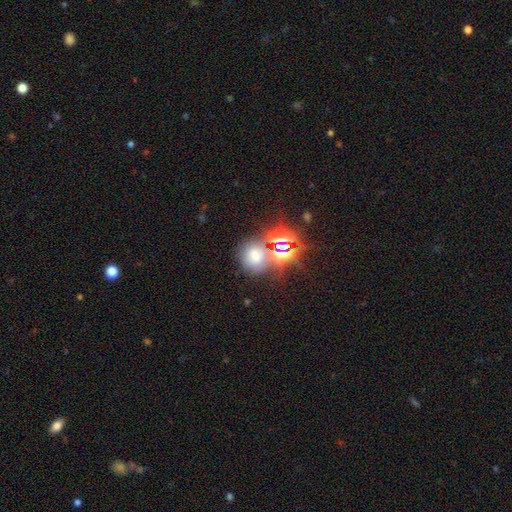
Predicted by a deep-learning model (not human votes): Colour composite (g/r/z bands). It shows a smooth galaxy with no disk features (49%). Merging: none (62%).